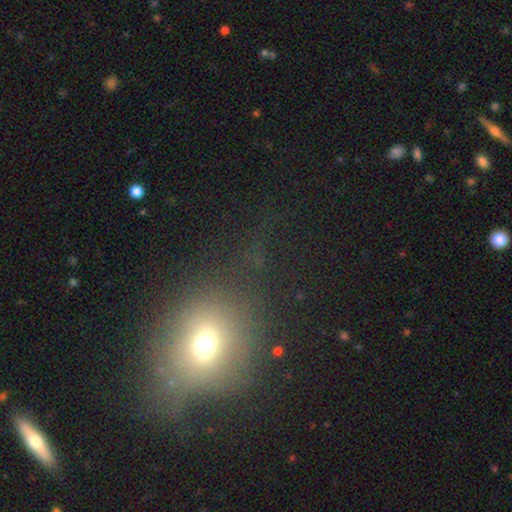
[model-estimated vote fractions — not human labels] Q: Smooth or featured?
A: smooth (53%); runner-up: star or artifact (32%)
Q: How rounded?
A: round (63%); runner-up: in between (34%)
Q: Merging?
A: none (65%); runner-up: minor disturbance (17%)